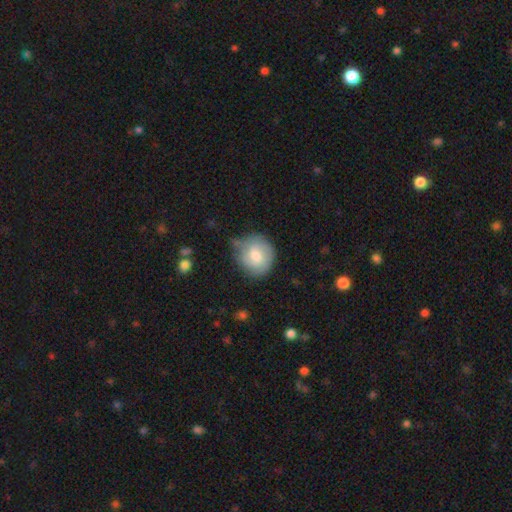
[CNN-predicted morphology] smooth_or_featured: smooth (p=0.61) [alt: featured or disk p=0.32]
how_rounded: round (p=0.83) [alt: in between p=0.16]
merging: none (p=0.59) [alt: minor disturbance p=0.29]